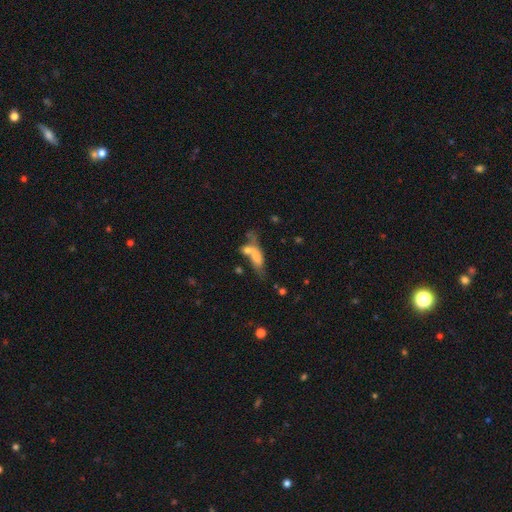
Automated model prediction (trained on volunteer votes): Smooth or featured? smooth (62%)
How rounded? in between (58%)
Merging? merger (38%)